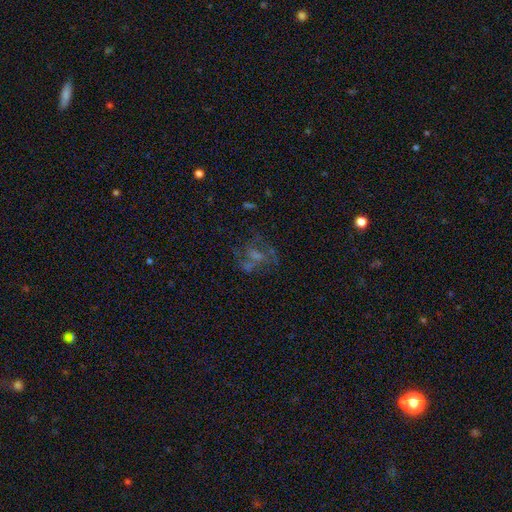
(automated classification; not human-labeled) Smooth or featured?
  - featured or disk: 52% *
  - star or artifact: 25%
  - smooth: 22%
Edge-on disk?
  - no: 97% *
  - yes: 3%
Bar?
  - no: 64% *
  - weak: 29%
  - strong: 7%
Spiral arms?
  - yes: 51% *
  - no: 49%
Bulge size?
  - none: 34% *
  - small: 31%
  - moderate: 28%
  - large: 5%
  - dominant: 2%
Merging?
  - none: 51% *
  - major disturbance: 23%
  - minor disturbance: 16%
  - merger: 10%